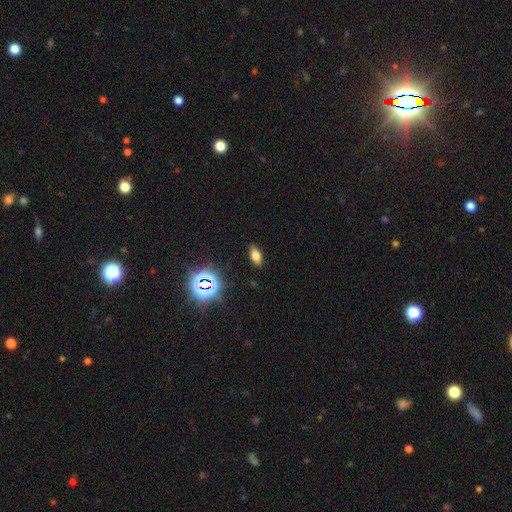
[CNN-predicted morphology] The model was most divided on "smooth or featured": smooth: 68%, star or artifact: 19%, featured or disk: 13%. More confident: merging — none (87%); how rounded — in between (84%).